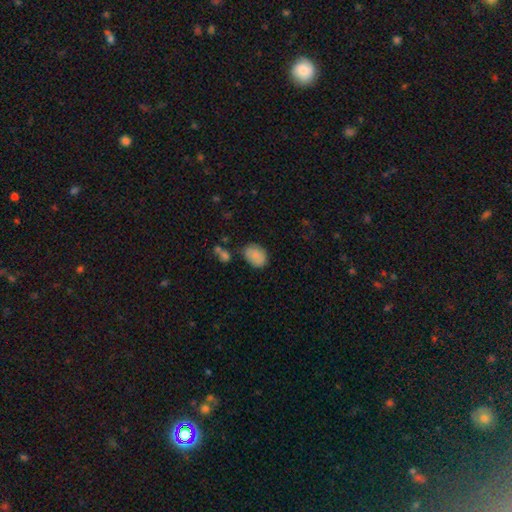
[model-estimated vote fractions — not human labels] A smooth galaxy with no disk features (84%) that is in between round and cigar-shaped (73%). Merging: none (70%).